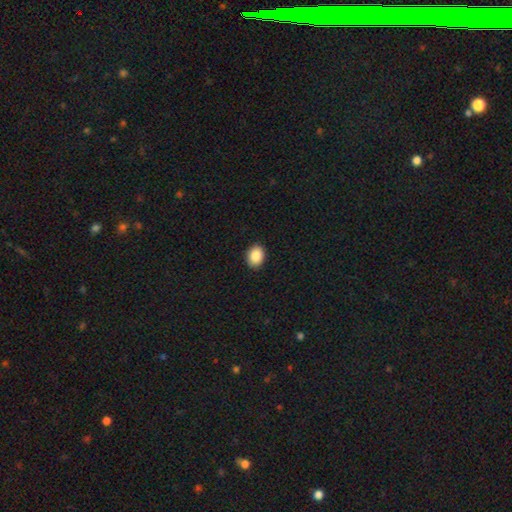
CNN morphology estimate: Smooth or featured? Predicted: smooth (p=0.88). How rounded? Predicted: in between (p=0.66). Merging? Predicted: none (p=0.91).